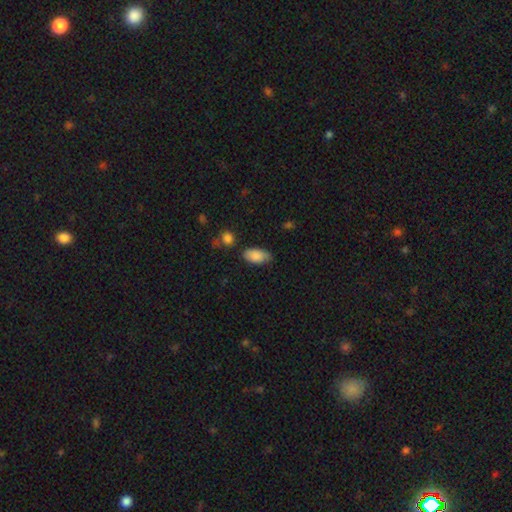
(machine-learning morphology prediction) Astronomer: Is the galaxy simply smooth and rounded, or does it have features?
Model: smooth — 85%.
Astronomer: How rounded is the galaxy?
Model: in between — 93%.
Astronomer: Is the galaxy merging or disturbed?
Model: none — 63%.